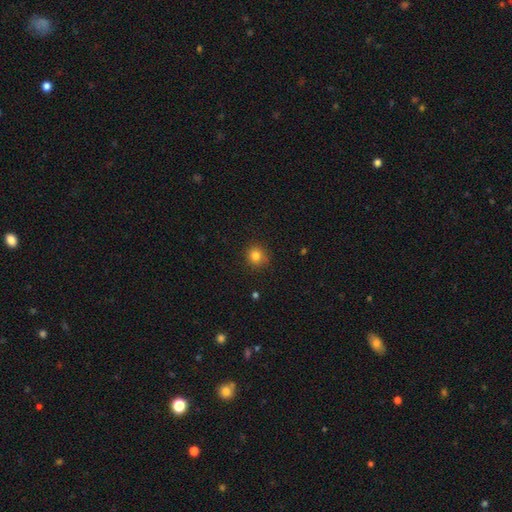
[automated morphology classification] smooth_or_featured: smooth (p=0.82) [alt: star or artifact p=0.12]
how_rounded: round (p=0.87) [alt: in between p=0.12]
merging: none (p=0.86) [alt: minor disturbance p=0.11]